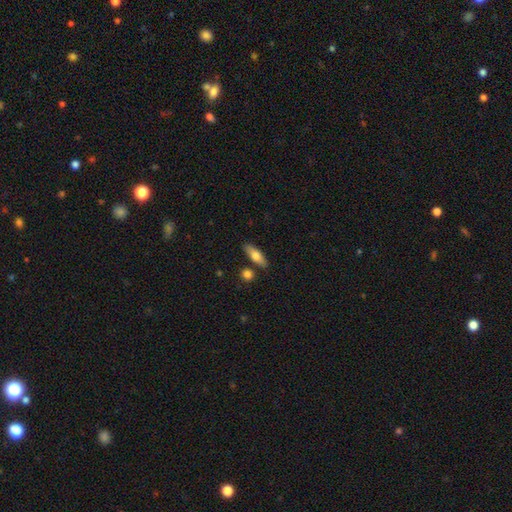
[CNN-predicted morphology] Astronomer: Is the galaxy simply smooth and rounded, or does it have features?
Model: smooth — 71%.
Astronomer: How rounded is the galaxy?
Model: in between — 58% (runner-up: cigar-shaped, 39%).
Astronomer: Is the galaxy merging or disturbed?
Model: none — 81%.